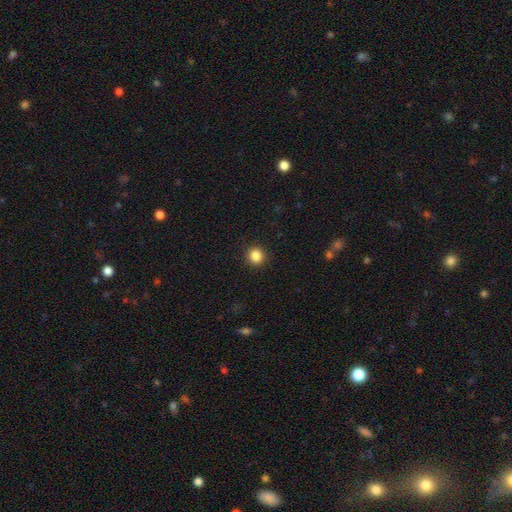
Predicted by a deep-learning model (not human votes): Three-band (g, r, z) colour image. It shows a smooth galaxy with no disk features (86%) that is round (91%). Merging: none (92%).